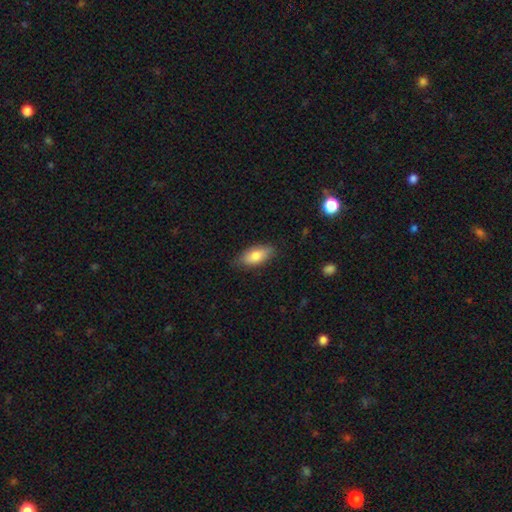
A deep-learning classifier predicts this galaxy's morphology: smooth-or-featured: smooth: 80% | featured or disk: 14% | star or artifact: 7%
  how-rounded: in between: 88% | cigar-shaped: 8% | round: 3%
  merging: none: 80% | minor disturbance: 16% | major disturbance: 3% | merger: 1%